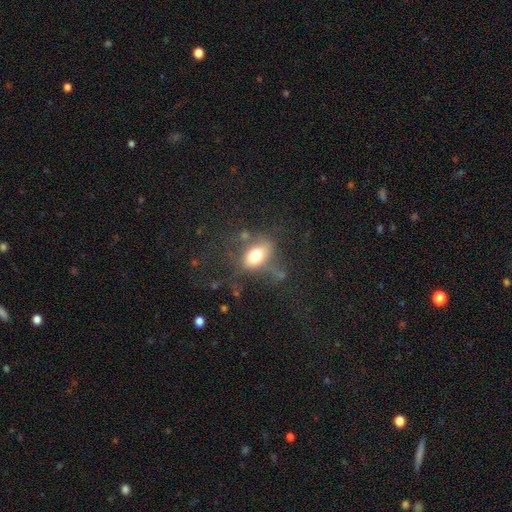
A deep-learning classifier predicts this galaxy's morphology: A smooth galaxy with no disk features (69%) that is in between round and cigar-shaped (78%).

Vote fractions:
- Smooth or featured? smooth: 69% / featured or disk: 20% / star or artifact: 11%
- How rounded? in between: 78% / round: 19% / cigar-shaped: 3%
- Merging? none: 48% / minor disturbance: 23% / major disturbance: 22% / merger: 7%